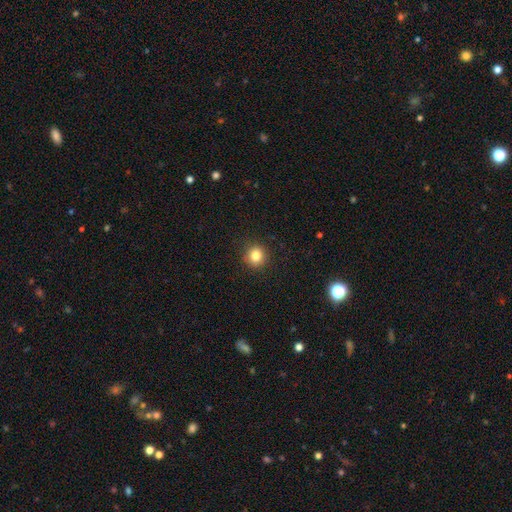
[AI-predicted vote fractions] Smooth or featured?
  - smooth: 83% *
  - star or artifact: 12%
  - featured or disk: 6%
How rounded?
  - round: 94% *
  - in between: 5%
  - cigar-shaped: 1%
Merging?
  - none: 91% *
  - minor disturbance: 6%
  - major disturbance: 2%
  - merger: 1%